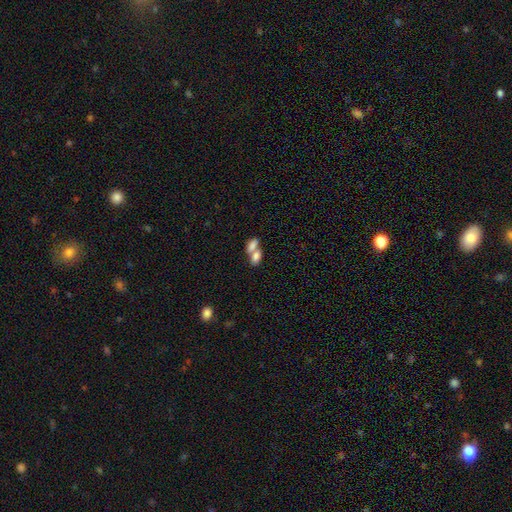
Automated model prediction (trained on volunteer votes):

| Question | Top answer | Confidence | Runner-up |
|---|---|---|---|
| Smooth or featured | smooth | 79% | featured or disk (13%) |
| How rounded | in between | 88% | round (6%) |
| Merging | merger | 68% | none (23%) |